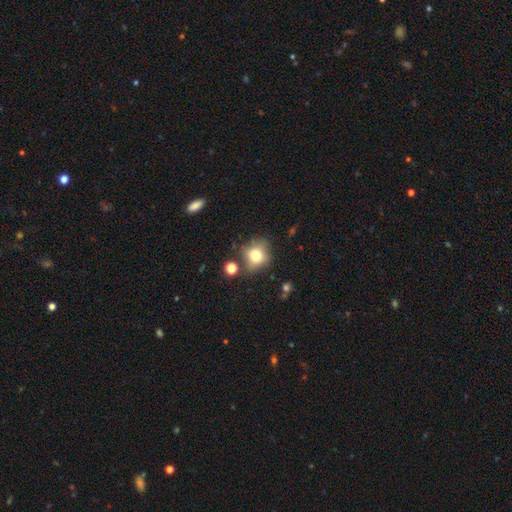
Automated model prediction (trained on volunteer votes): A smooth galaxy with no disk features (75%) that is round (74%).

Vote fractions:
- Smooth or featured? smooth: 75% / featured or disk: 13% / star or artifact: 12%
- How rounded? round: 74% / in between: 25% / cigar-shaped: 1%
- Merging? none: 69% / minor disturbance: 18% / merger: 8% / major disturbance: 6%